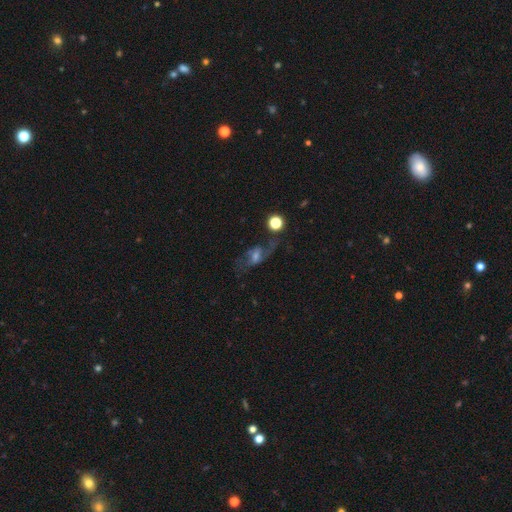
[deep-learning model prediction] Morphology: type=featured or disk (65%); edge-on=no (90%); bar=weak (48%); spiral arms=yes (84%); bulge=moderate (45%); merging=none (58%).